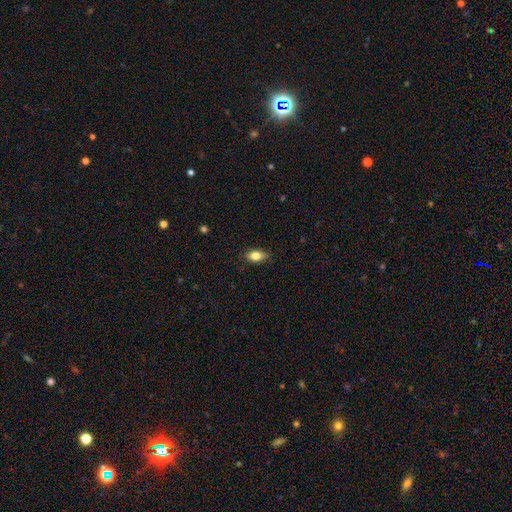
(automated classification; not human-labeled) Smooth or featured: smooth — 79% (featured or disk — 13%)
How rounded: in between — 86% (cigar-shaped — 8%)
Merging: none — 83% (minor disturbance — 13%)